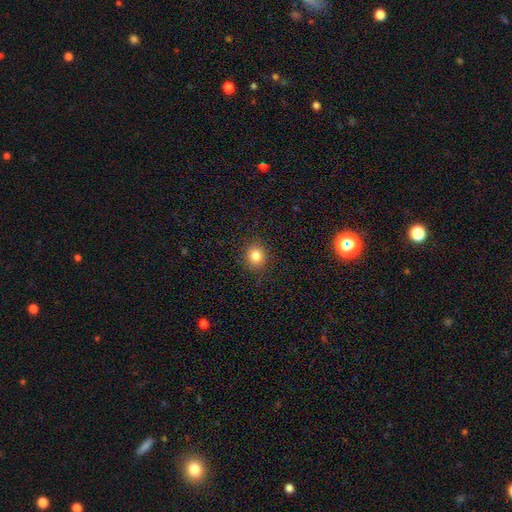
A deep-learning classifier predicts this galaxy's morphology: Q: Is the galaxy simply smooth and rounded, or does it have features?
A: smooth — 84%.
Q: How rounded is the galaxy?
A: round — 78%.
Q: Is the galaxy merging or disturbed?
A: none — 88%.